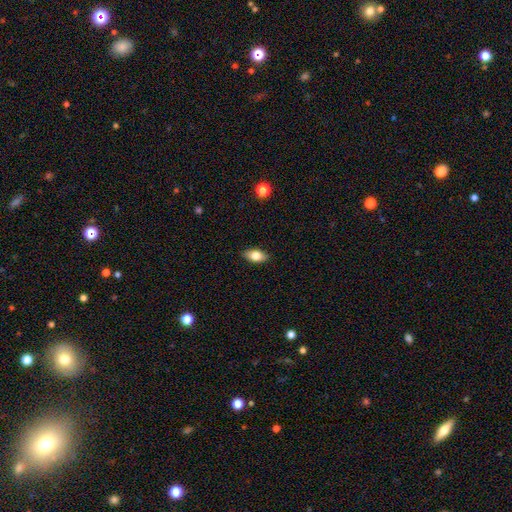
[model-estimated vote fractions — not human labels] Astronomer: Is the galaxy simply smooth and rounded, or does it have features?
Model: smooth — 80%.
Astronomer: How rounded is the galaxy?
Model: in between — 89%.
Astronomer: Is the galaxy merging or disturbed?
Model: none — 89%.